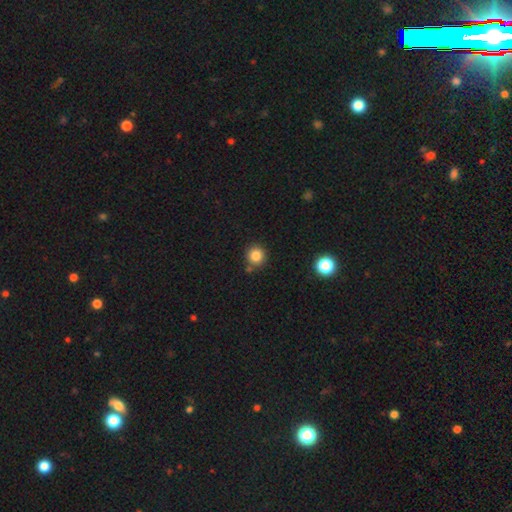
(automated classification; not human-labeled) Smooth or featured? Predicted: smooth (p=0.83). How rounded? Predicted: round (p=0.93). Merging? Predicted: none (p=0.81).